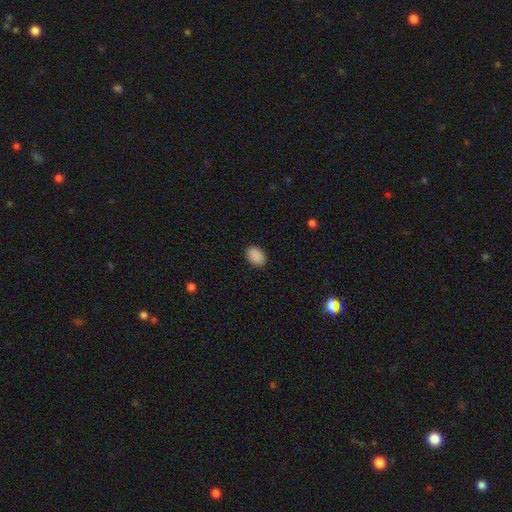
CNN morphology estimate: smooth 90%, star or artifact 8%, featured or disk 2%. Down the decision tree: how rounded — in between (82%); merging — none (89%).